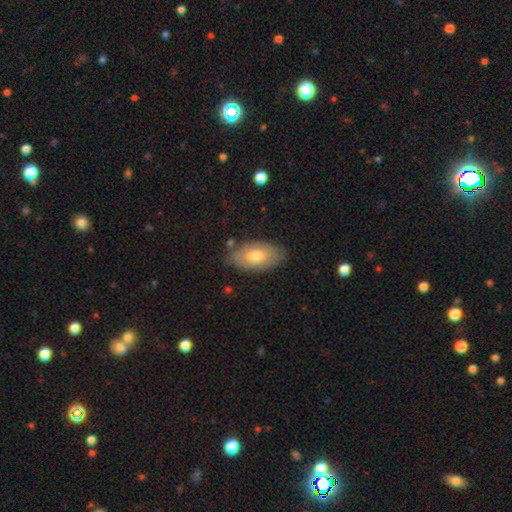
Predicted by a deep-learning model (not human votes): Overall: smooth (71%). How rounded: in between (94%). Merging: none (80%).